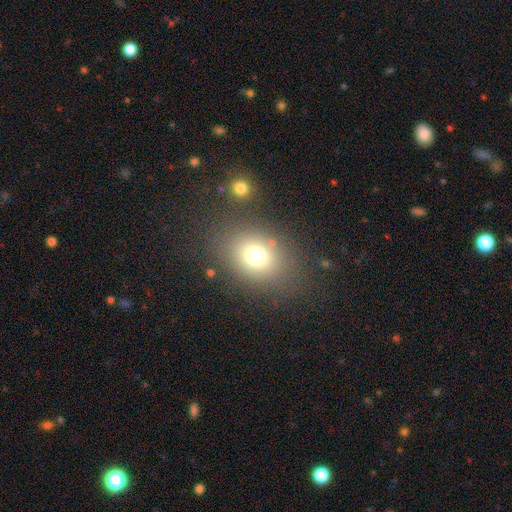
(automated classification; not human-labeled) Smooth or featured: smooth — 73% (star or artifact — 15%)
How rounded: in between — 55% (round — 44%)
Merging: none — 77% (minor disturbance — 11%)